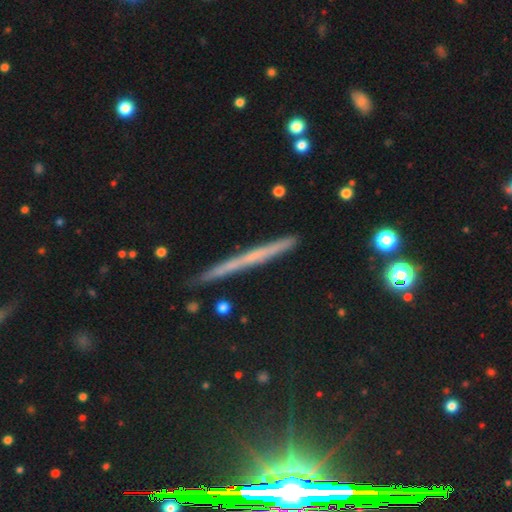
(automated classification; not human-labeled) This is possibly a featured or disk galaxy (49%). Merging: clearly none (88%).